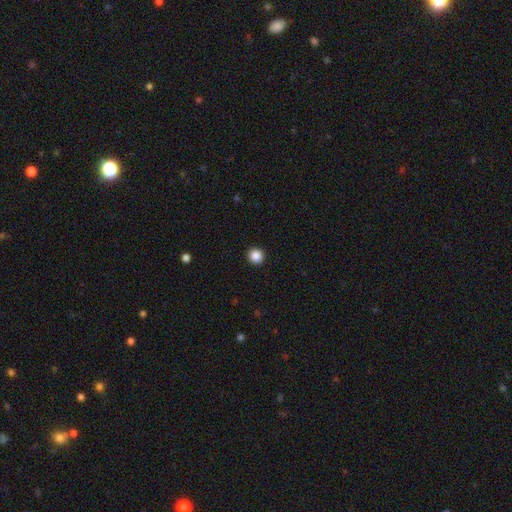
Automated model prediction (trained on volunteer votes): Smooth or featured? smooth (87%)
How rounded? round (95%)
Merging? none (94%)